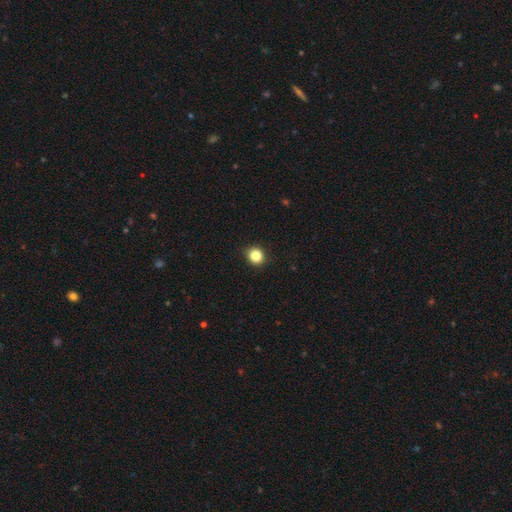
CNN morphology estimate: This appears to be a smooth galaxy with no disk features (84%) that is round (89%). Merging: none (92%).